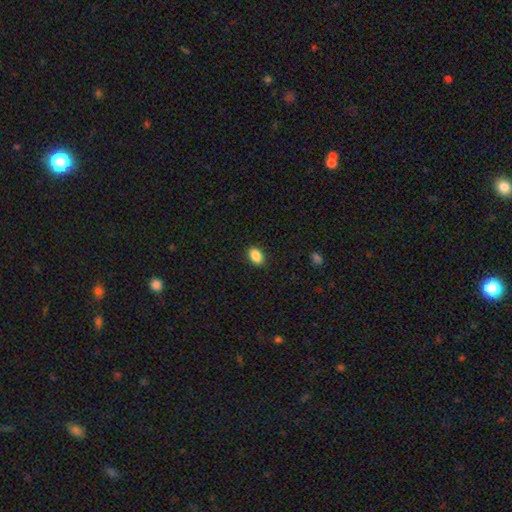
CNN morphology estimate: The model was most divided on "how rounded": in between: 84%, round: 15%, cigar-shaped: 1%. More confident: merging — none (90%); smooth or featured — smooth (88%).